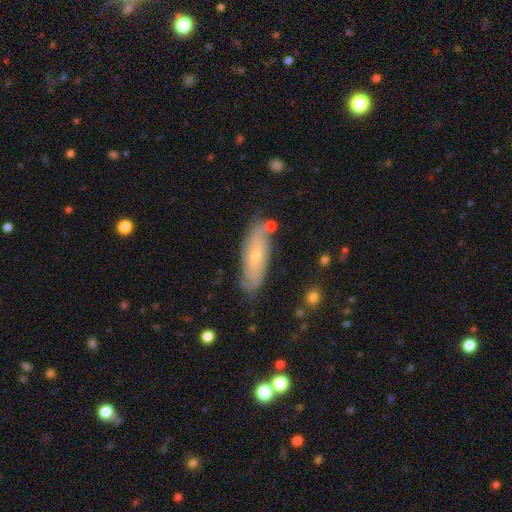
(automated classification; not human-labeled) featured or disk 60%, smooth 33%, star or artifact 7%. Down the decision tree: edge-on disk — no (80%); merging — none (73%).